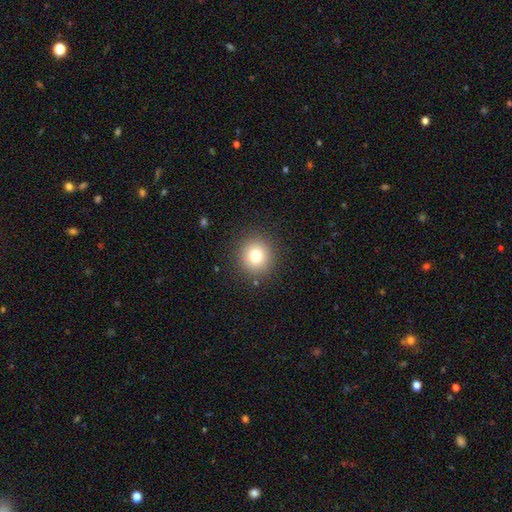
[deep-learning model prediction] Morphology: type=smooth (79%); roundness=round (92%); merging=none (89%).